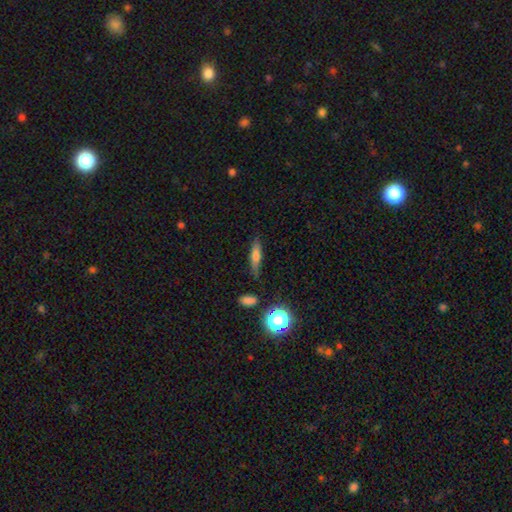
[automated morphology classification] smooth-or-featured: smooth: 60% | featured or disk: 29% | star or artifact: 11%
  how-rounded: cigar-shaped: 67% | in between: 27% | round: 6%
  merging: none: 76% | minor disturbance: 16% | major disturbance: 4% | merger: 3%